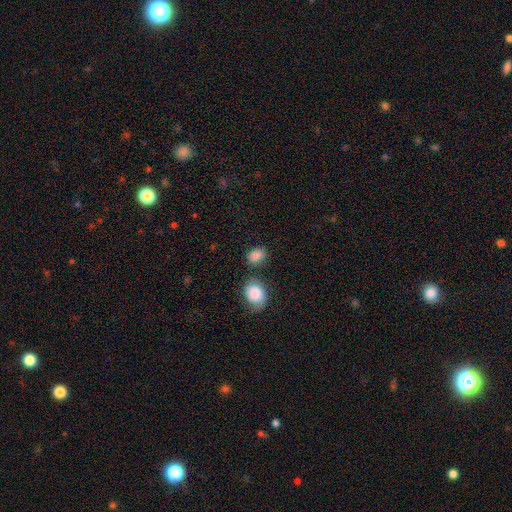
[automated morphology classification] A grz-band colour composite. It shows a smooth galaxy with no disk features (84%) that is in between round and cigar-shaped (68%). Merging: none (60%).